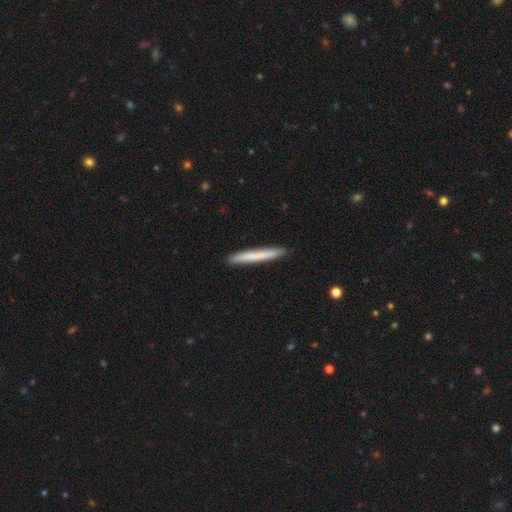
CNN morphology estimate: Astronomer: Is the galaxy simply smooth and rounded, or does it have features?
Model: smooth — 70%.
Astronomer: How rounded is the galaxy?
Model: cigar-shaped — 97%.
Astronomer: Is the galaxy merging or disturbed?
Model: none — 91%.